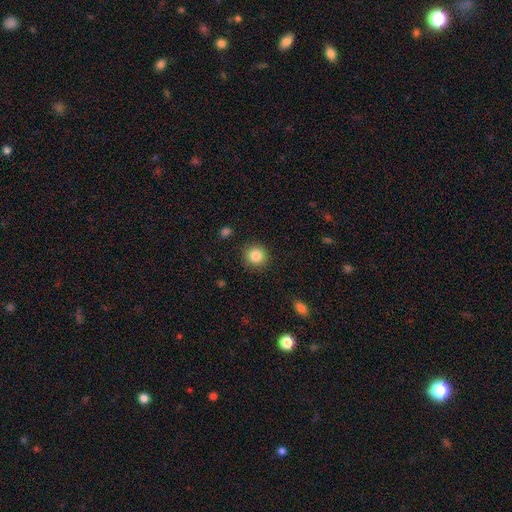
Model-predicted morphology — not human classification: Smooth or featured: smooth — 85% (star or artifact — 10%)
How rounded: round — 92% (in between — 7%)
Merging: none — 89% (minor disturbance — 7%)